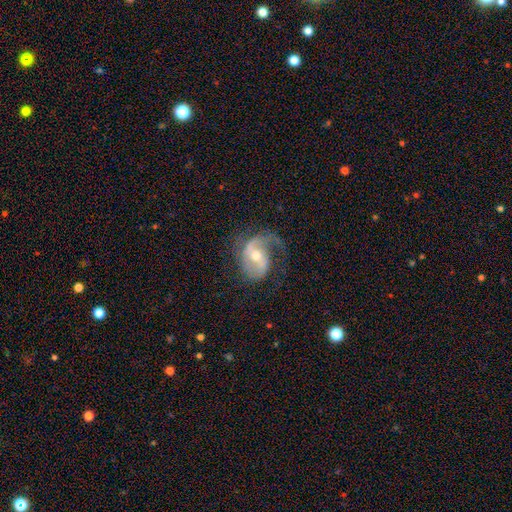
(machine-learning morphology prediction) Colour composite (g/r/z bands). It shows a featured or disk galaxy (83%) with a weak bar (44%), 2 (55%) medium (44%) spiral arms (93%) and a moderate central bulge (60%). Merging: none (50%).